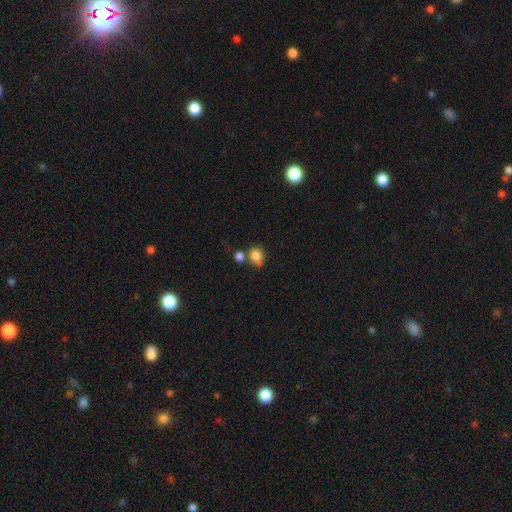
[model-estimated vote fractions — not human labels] A smooth galaxy with no disk features (83%) that is in between round and cigar-shaped (57%). Merging: none (46%).